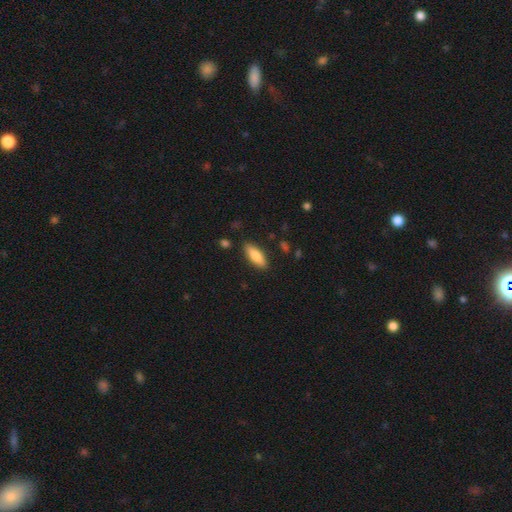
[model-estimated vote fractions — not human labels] Smooth or featured? Predicted: smooth (p=0.80). How rounded? Predicted: in between (p=0.64). Merging? Predicted: none (p=0.86).